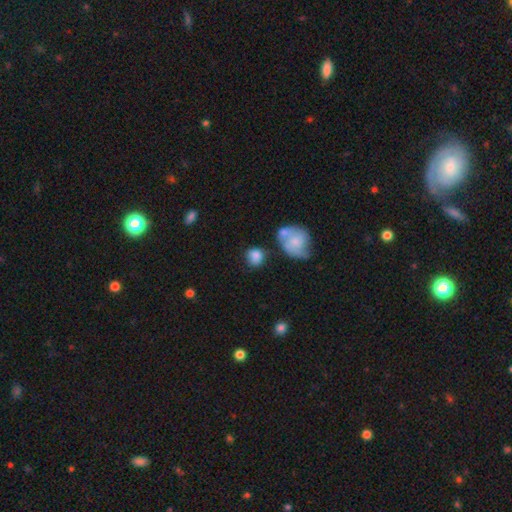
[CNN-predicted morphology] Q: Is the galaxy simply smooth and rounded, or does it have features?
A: smooth — 81%.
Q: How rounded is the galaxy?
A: round — 69%.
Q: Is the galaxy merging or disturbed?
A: none — 58%.